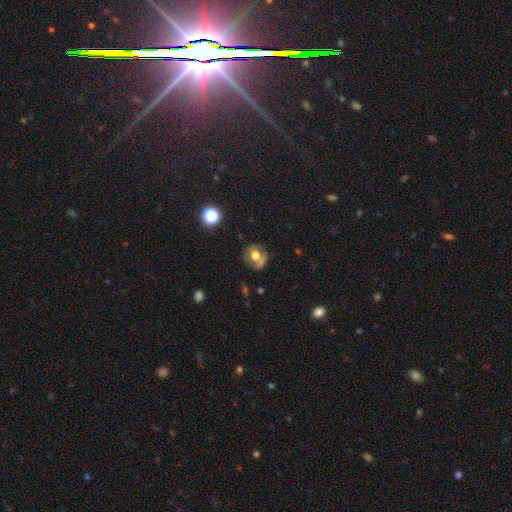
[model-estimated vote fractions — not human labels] This is possibly a smooth galaxy (58%). How rounded: likely round (73%). Merging: possibly none (55%).